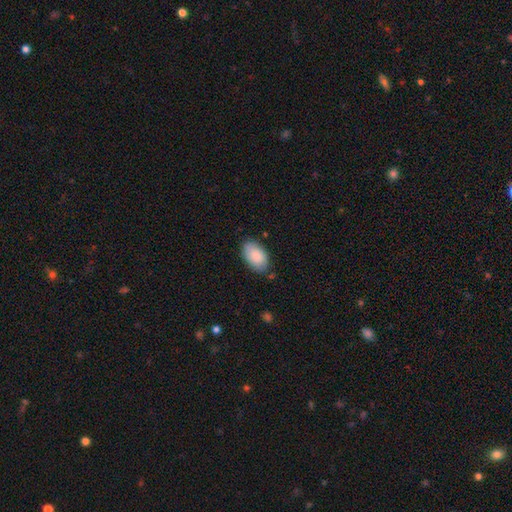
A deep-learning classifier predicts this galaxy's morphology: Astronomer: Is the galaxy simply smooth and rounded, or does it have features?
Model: smooth — 89%.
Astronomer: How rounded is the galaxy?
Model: in between — 94%.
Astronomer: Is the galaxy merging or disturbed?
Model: none — 79%.